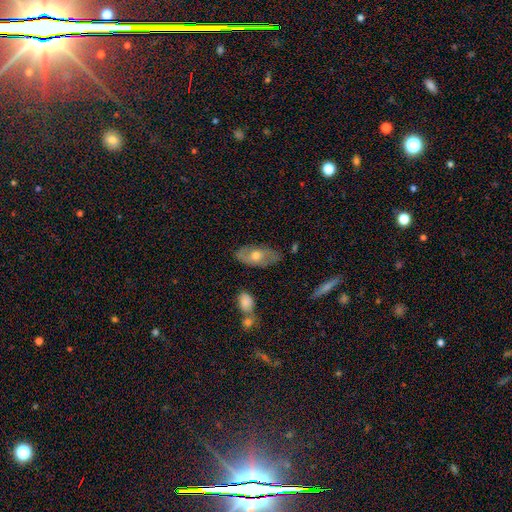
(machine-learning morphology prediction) A smooth galaxy with no disk features (49%).

Vote fractions:
- Smooth or featured? smooth: 49% / featured or disk: 44% / star or artifact: 7%
- Merging? none: 74% / minor disturbance: 19% / major disturbance: 5% / merger: 3%